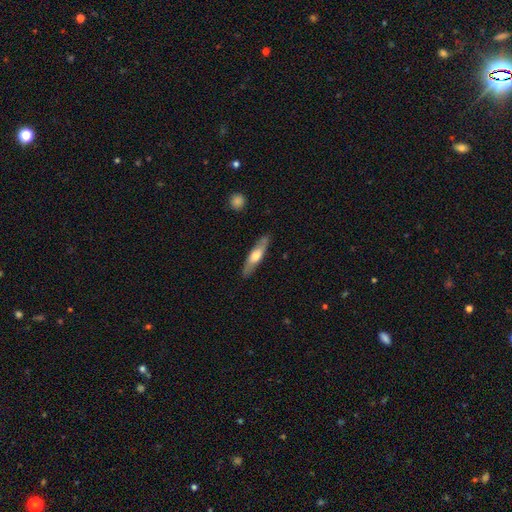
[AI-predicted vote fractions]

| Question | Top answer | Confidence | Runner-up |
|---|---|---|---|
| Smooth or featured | smooth | 50% | featured or disk (45%) |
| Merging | none | 86% | minor disturbance (10%) |